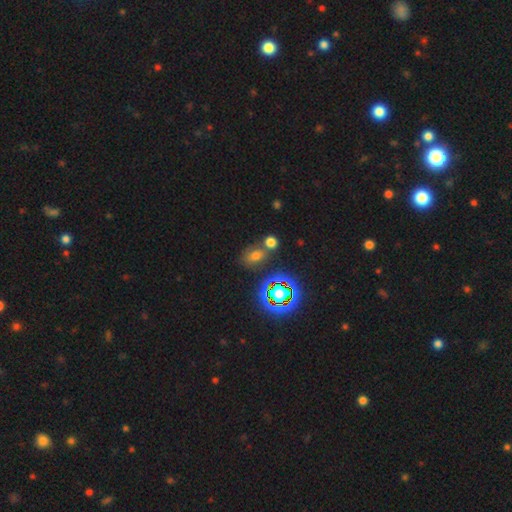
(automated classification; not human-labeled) smooth_or_featured: smooth (p=0.56) [alt: star or artifact p=0.32]
how_rounded: in between (p=0.68) [alt: round p=0.29]
merging: none (p=0.63) [alt: merger p=0.20]